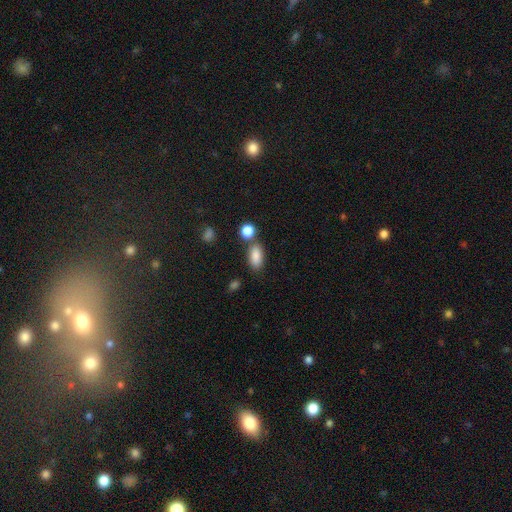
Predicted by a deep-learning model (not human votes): smooth_or_featured: smooth (p=0.86) [alt: star or artifact p=0.08]
how_rounded: in between (p=0.87) [alt: cigar-shaped p=0.07]
merging: none (p=0.68) [alt: merger p=0.15]